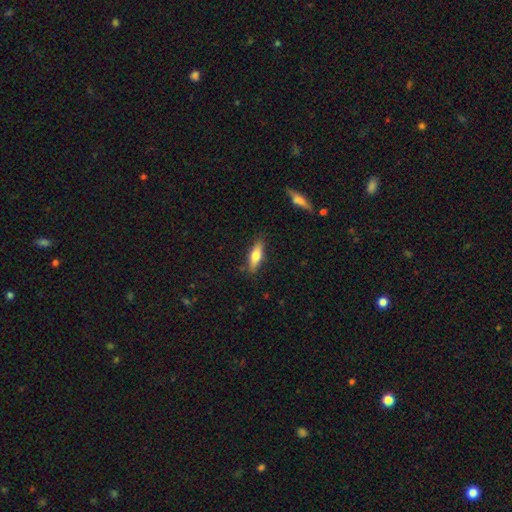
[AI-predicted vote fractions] The model was most divided on "how rounded": cigar-shaped: 53%, in between: 45%, round: 2%. More confident: merging — none (85%); smooth or featured — smooth (63%).